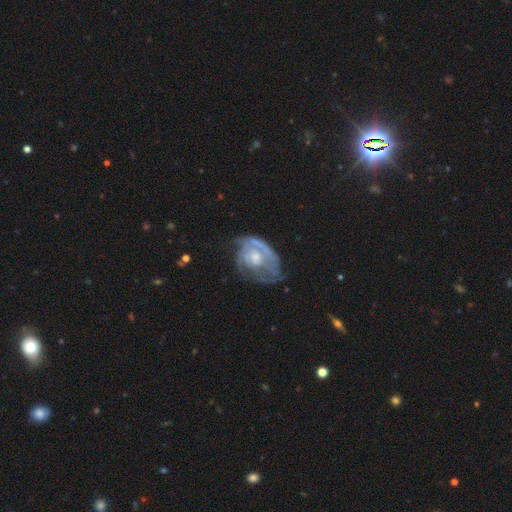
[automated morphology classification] A featured or disk galaxy (76%) with no bar (76%), tight (54%) spiral arms (77%) and a moderate central bulge (45%). Merging: none (43%).